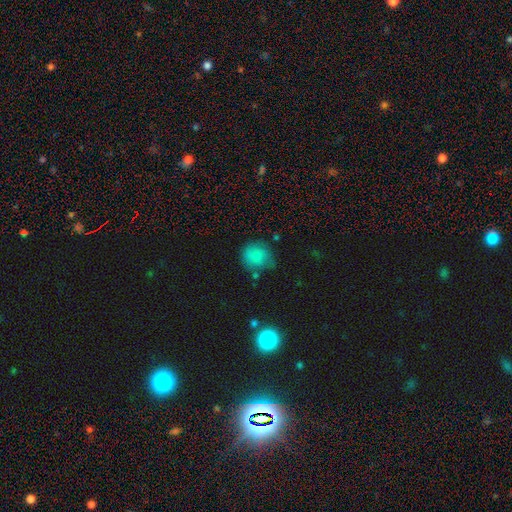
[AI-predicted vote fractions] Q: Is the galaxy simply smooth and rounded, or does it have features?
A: smooth — 74%.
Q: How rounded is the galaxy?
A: round — 81%.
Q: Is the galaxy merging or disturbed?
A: none — 64%.